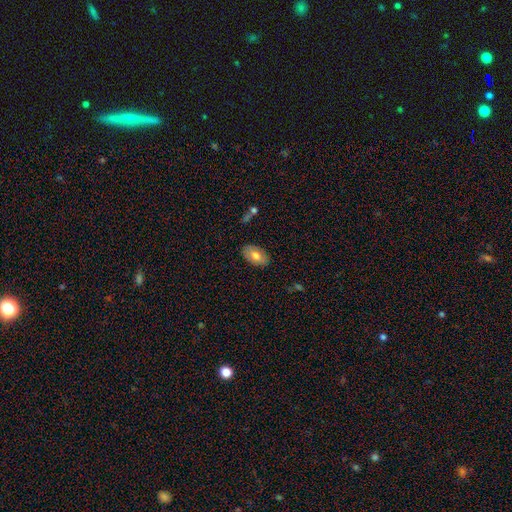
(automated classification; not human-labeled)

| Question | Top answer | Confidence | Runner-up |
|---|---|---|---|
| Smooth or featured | smooth | 70% | featured or disk (23%) |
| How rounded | in between | 93% | round (5%) |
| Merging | none | 85% | minor disturbance (11%) |